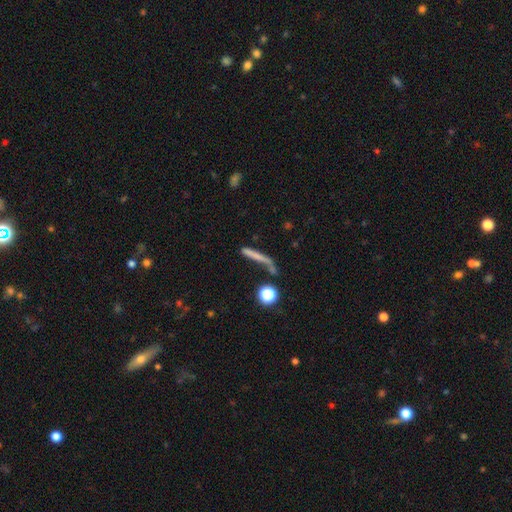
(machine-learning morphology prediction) The model was most divided on "merging": none: 50%, minor disturbance: 19%, major disturbance: 16%, merger: 15%. More confident: how rounded — cigar-shaped (84%); smooth or featured — smooth (59%).